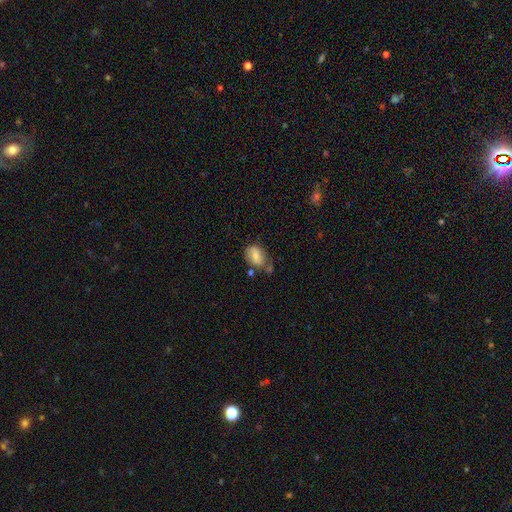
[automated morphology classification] smooth_or_featured: smooth (p=0.75) [alt: featured or disk p=0.16]
how_rounded: in between (p=0.76) [alt: round p=0.22]
merging: none (p=0.51) [alt: minor disturbance p=0.26]